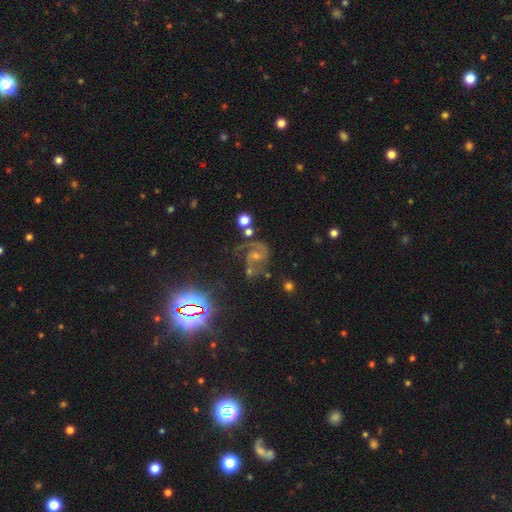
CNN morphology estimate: Smooth or featured: featured or disk — 69% (star or artifact — 23%)
Edge-on disk: no — 97% (yes — 3%)
Bar: no — 52% (weak — 36%)
Spiral arms: yes — 96% (no — 4%)
Spiral winding: medium — 55% (tight — 26%)
Spiral arm count: 2 — 77% (can't tell — 7%)
Bulge size: small — 49% (moderate — 40%)
Merging: none — 56% (minor disturbance — 18%)